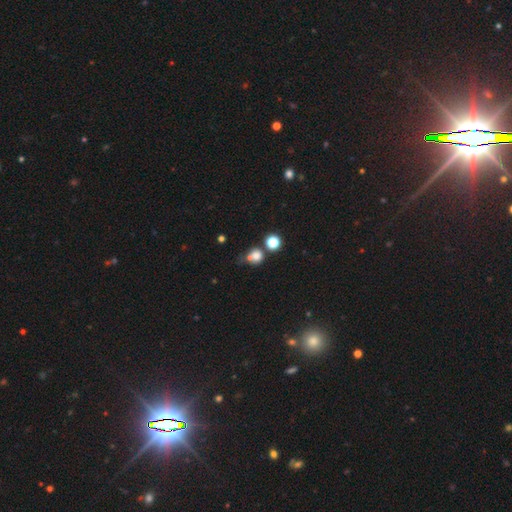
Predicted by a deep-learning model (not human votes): smooth 75%, star or artifact 16%, featured or disk 9%. Down the decision tree: how rounded — round (84%); merging — none (50%).